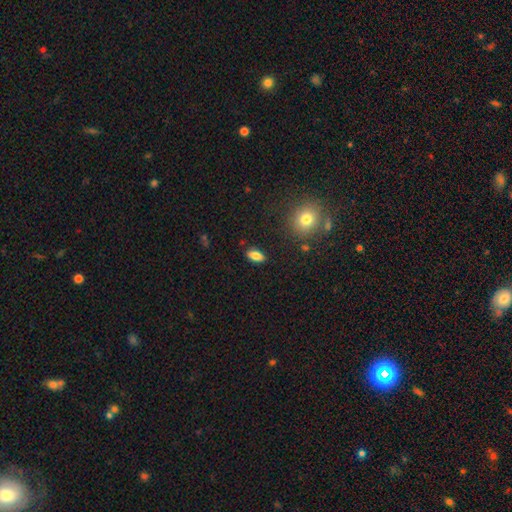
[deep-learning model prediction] The model was most divided on "smooth or featured": smooth: 81%, featured or disk: 10%, star or artifact: 9%. More confident: merging — none (87%); how rounded — in between (87%).